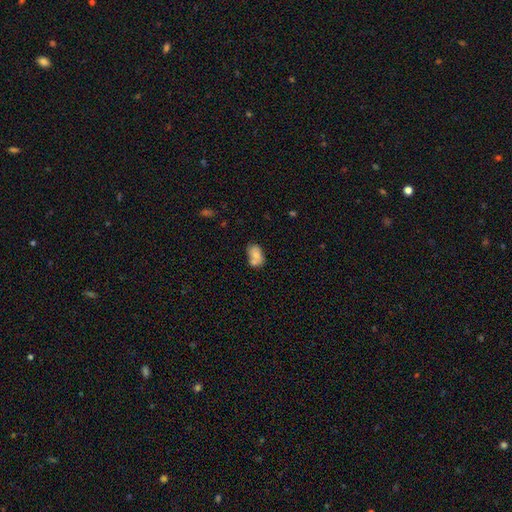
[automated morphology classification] Smooth or featured? smooth (69%)
How rounded? in between (84%)
Merging? none (41%)